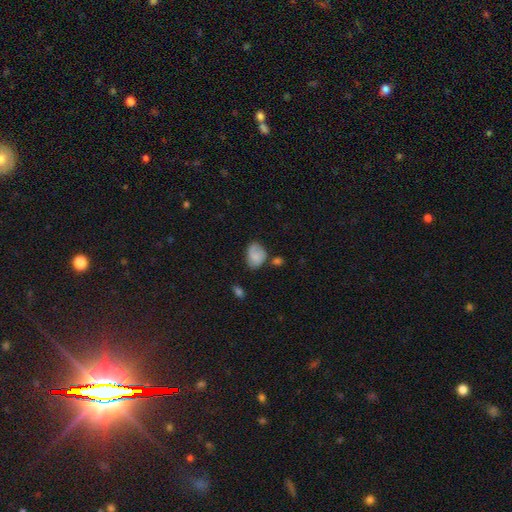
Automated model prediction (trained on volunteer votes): smooth 76%, featured or disk 16%, star or artifact 8%. Down the decision tree: how rounded — in between (71%); merging — none (54%).